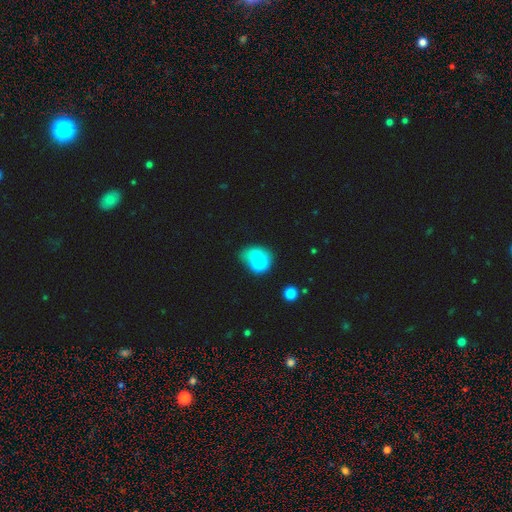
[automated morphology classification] Smooth or featured? Predicted: smooth (p=0.63). How rounded? Predicted: round (p=0.56). Merging? Predicted: merger (p=0.51).